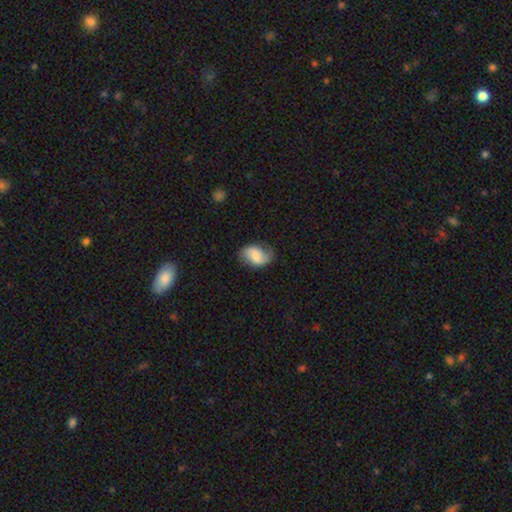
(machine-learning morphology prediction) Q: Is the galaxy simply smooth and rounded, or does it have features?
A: featured or disk — 49%.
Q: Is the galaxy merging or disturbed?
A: none — 69%.